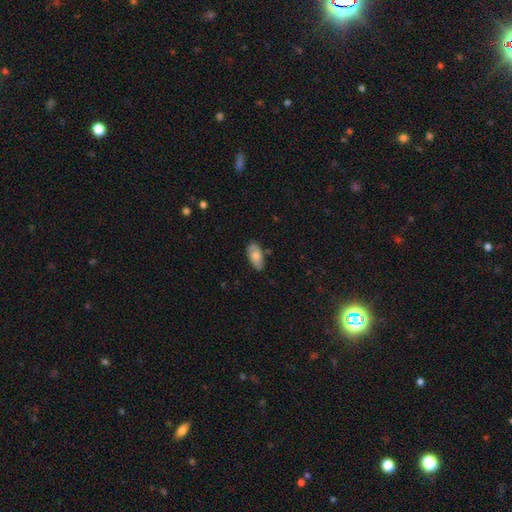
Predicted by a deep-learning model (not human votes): smooth_or_featured: smooth (p=0.74) [alt: featured or disk p=0.19]
how_rounded: in between (p=0.93) [alt: cigar-shaped p=0.05]
merging: none (p=0.77) [alt: minor disturbance p=0.18]